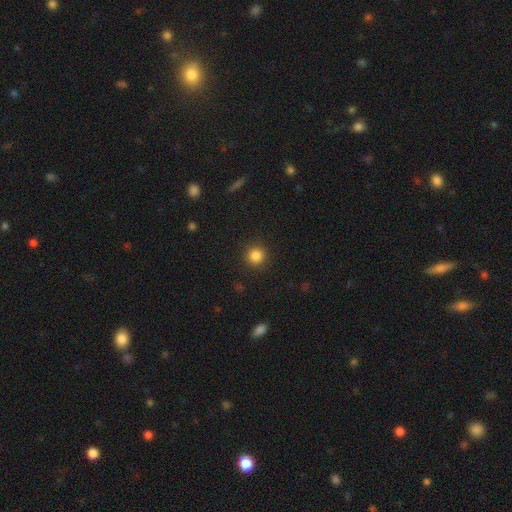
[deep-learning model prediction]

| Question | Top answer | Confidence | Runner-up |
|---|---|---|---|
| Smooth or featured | smooth | 85% | star or artifact (12%) |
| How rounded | round | 94% | in between (5%) |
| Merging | none | 90% | minor disturbance (6%) |